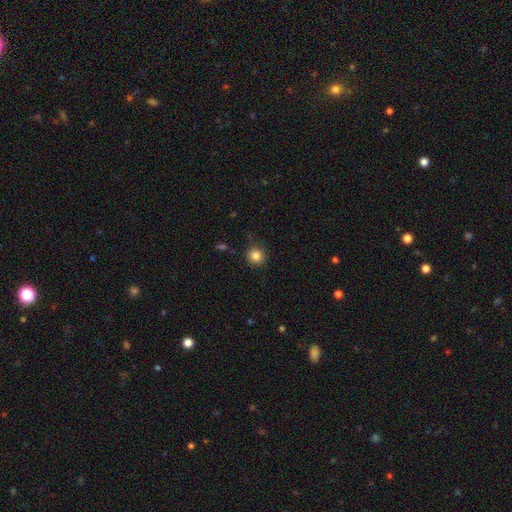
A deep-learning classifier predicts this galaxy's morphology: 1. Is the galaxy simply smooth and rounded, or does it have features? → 85% smooth, 11% star or artifact, 5% featured or disk.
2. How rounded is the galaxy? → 91% round, 8% in between, 1% cigar-shaped.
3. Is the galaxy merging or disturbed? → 87% none, 10% minor disturbance, 3% major disturbance, 1% merger.